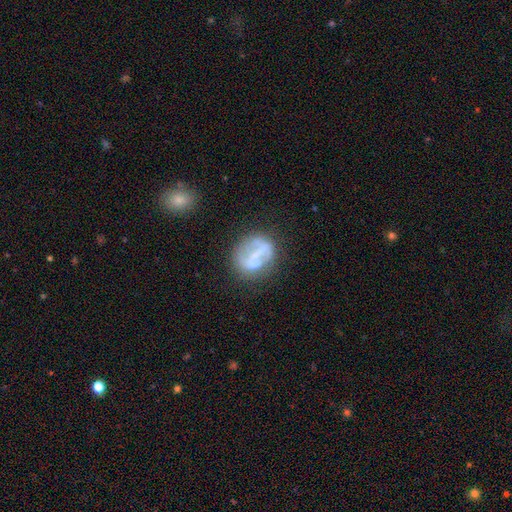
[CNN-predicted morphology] Smooth or featured?
  - featured or disk: 59% *
  - smooth: 31%
  - star or artifact: 10%
Edge-on disk?
  - no: 95% *
  - yes: 5%
Bar?
  - strong: 41% *
  - weak: 30%
  - no: 29%
Spiral arms?
  - no: 65% *
  - yes: 35%
Bulge size?
  - small: 42% *
  - none: 35%
  - moderate: 19%
  - large: 3%
  - dominant: 1%
Merging?
  - none: 63% *
  - minor disturbance: 20%
  - major disturbance: 13%
  - merger: 4%